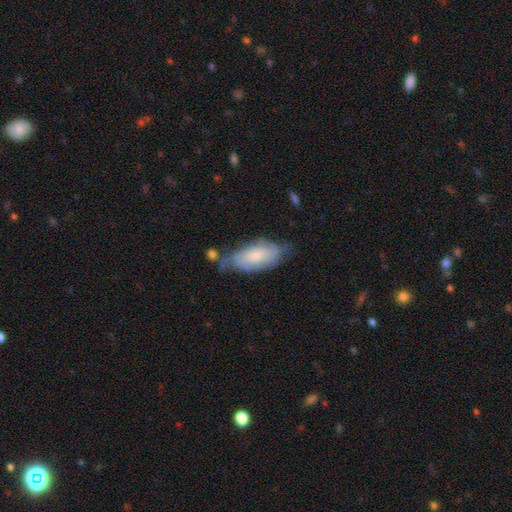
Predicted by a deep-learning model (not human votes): This appears to be a smooth galaxy with no disk features (52%) that is in between round and cigar-shaped (84%). Merging: none (48%).